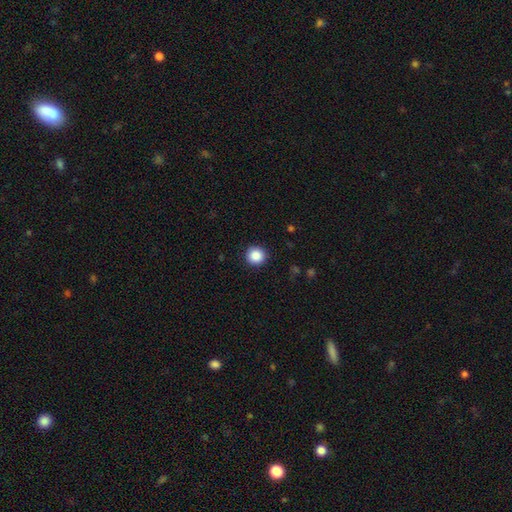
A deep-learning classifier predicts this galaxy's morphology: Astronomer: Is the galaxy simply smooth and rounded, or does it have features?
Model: smooth — 87%.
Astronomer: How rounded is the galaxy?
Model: round — 95%.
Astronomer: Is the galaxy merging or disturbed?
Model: none — 91%.